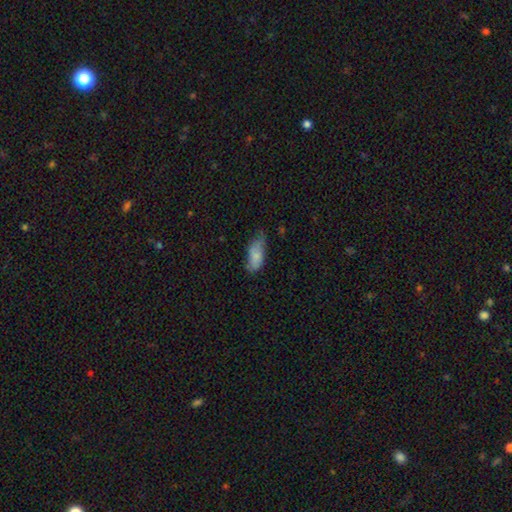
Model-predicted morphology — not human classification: A smooth galaxy with no disk features (75%) that is in between round and cigar-shaped (87%).

Vote fractions:
- Smooth or featured? smooth: 75% / featured or disk: 18% / star or artifact: 7%
- How rounded? in between: 87% / cigar-shaped: 11% / round: 3%
- Merging? none: 44% / minor disturbance: 40% / major disturbance: 13% / merger: 2%